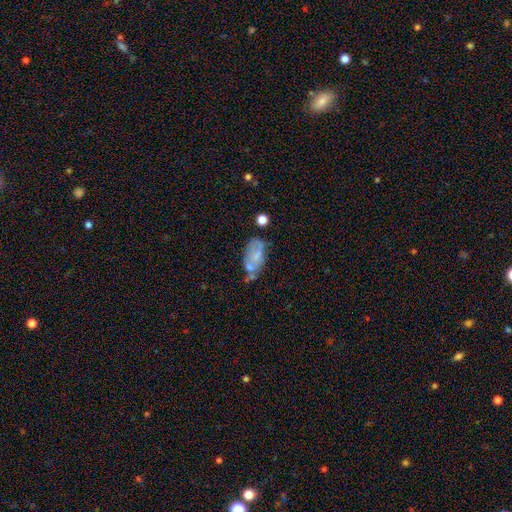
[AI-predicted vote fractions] Smooth or featured? Predicted: smooth (p=0.51). How rounded? Predicted: in between (p=0.91). Merging? Predicted: none (p=0.38).